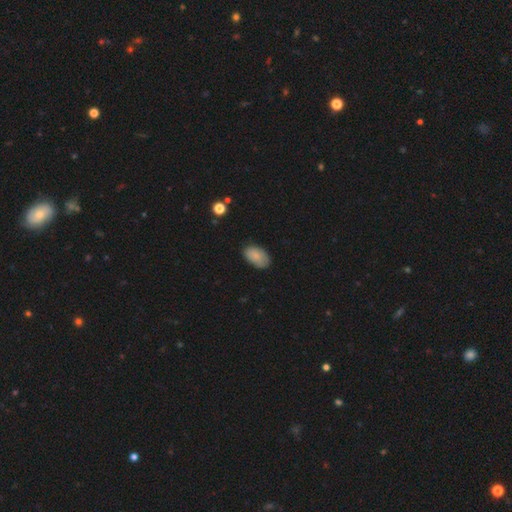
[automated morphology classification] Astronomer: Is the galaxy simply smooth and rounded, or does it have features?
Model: smooth — 84%.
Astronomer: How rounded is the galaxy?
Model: in between — 93%.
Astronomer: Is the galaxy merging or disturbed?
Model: none — 80%.